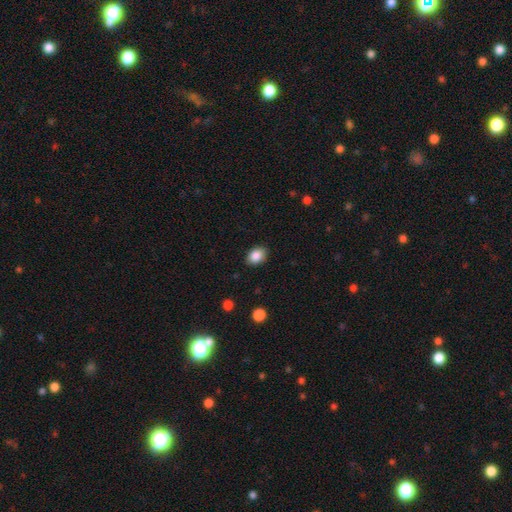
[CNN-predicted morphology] smooth 87%, star or artifact 8%, featured or disk 5%. Down the decision tree: how rounded — in between (72%); merging — none (86%).